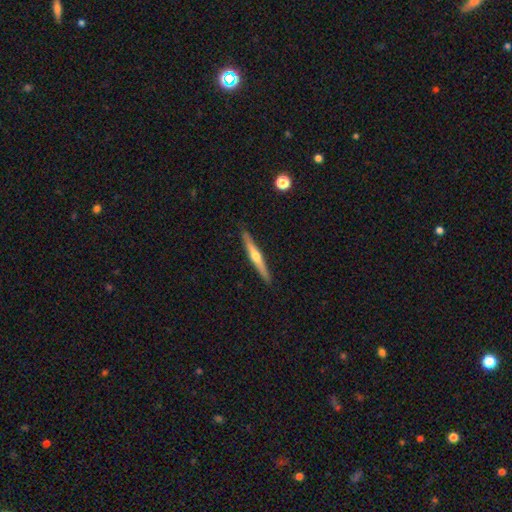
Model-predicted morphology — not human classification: The model was most divided on "smooth or featured": featured or disk: 67%, smooth: 28%, star or artifact: 5%. More confident: edge-on disk — yes (97%); merging — none (91%); edge-on bulge — rounded (88%).